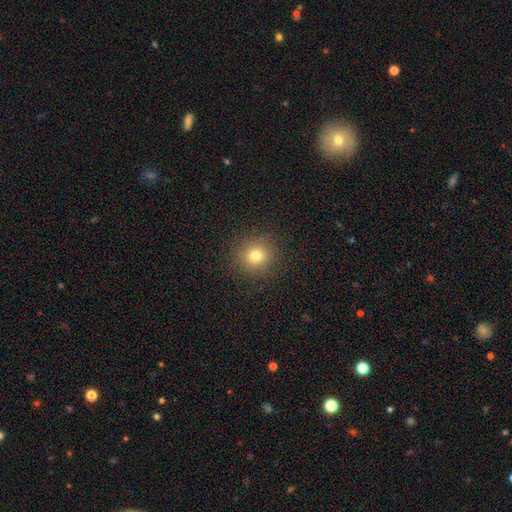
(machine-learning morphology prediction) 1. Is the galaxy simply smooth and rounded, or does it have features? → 79% smooth, 14% star or artifact, 7% featured or disk.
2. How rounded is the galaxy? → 91% round, 8% in between, 1% cigar-shaped.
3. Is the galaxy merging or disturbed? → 90% none, 6% minor disturbance, 2% major disturbance, 1% merger.